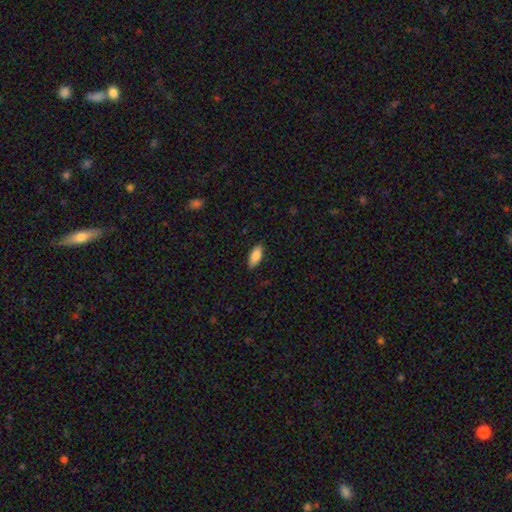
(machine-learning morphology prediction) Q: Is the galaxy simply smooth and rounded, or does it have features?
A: smooth — 84%.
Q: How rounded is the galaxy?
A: in between — 85%.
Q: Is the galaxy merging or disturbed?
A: none — 86%.